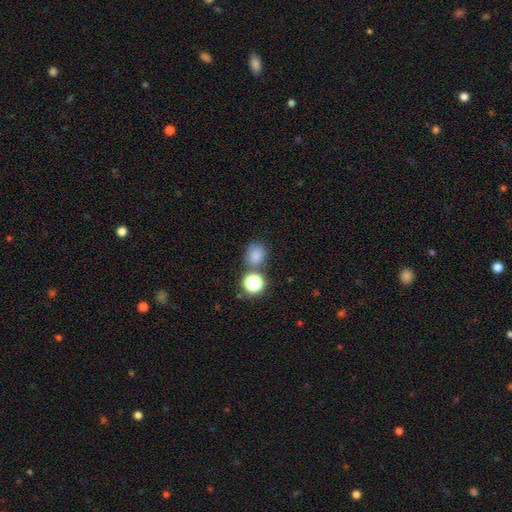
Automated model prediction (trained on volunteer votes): Smooth or featured? Predicted: smooth (p=0.76). How rounded? Predicted: round (p=0.65). Merging? Predicted: none (p=0.64).